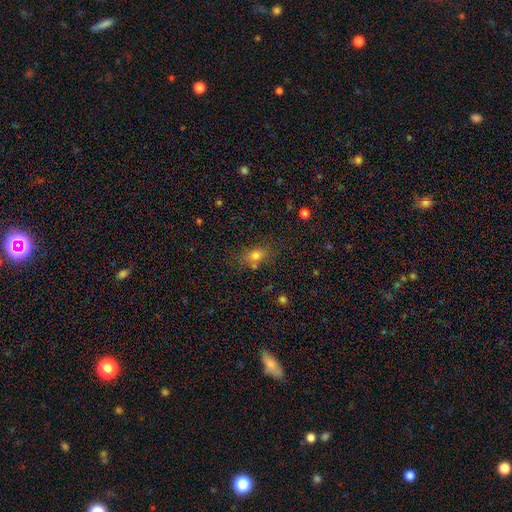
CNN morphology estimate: A smooth galaxy with no disk features (73%) that is in between round and cigar-shaped (54%). Merging: none (69%).